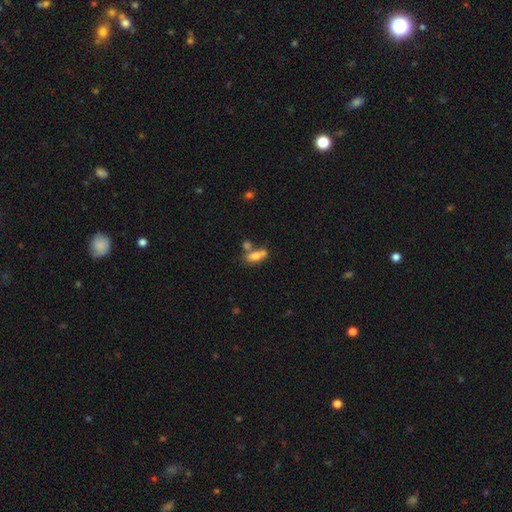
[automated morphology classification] Smooth or featured? Predicted: smooth (p=0.71). How rounded? Predicted: in between (p=0.74). Merging? Predicted: none (p=0.42).